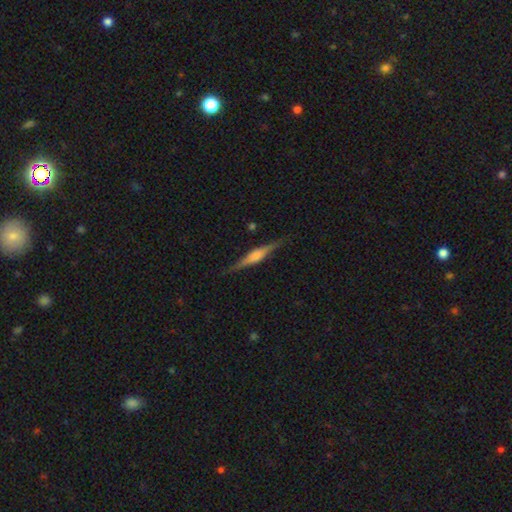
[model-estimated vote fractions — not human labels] This is likely a featured or disk galaxy (71%). It is clearly viewed edge-on (97%). Edge-on bulge: likely rounded (72%). Merging: clearly none (87%).